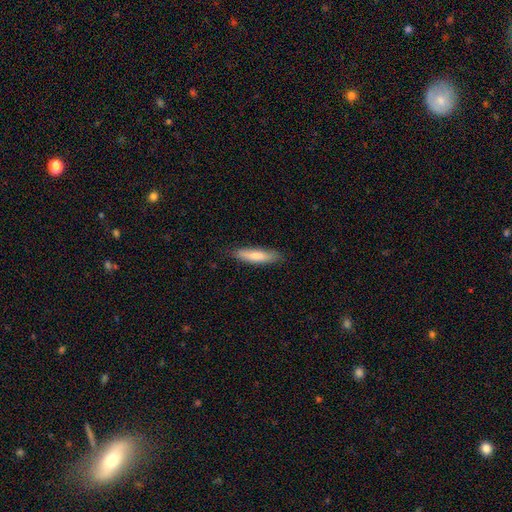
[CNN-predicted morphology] A smooth galaxy with no disk features (80%) that is cigar-shaped (75%). Merging: none (82%).